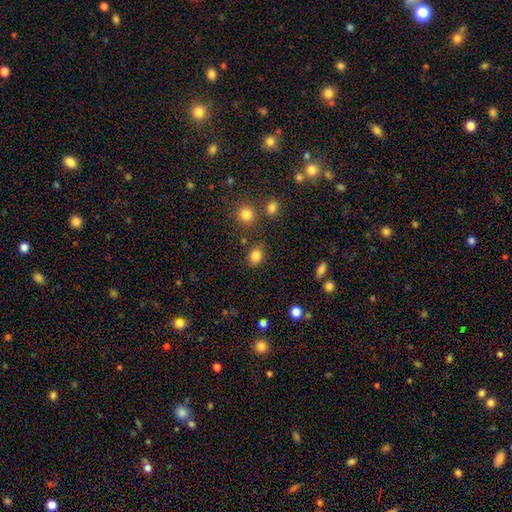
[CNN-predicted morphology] type=smooth (84%); roundness=in between (51%); merging=none (79%).